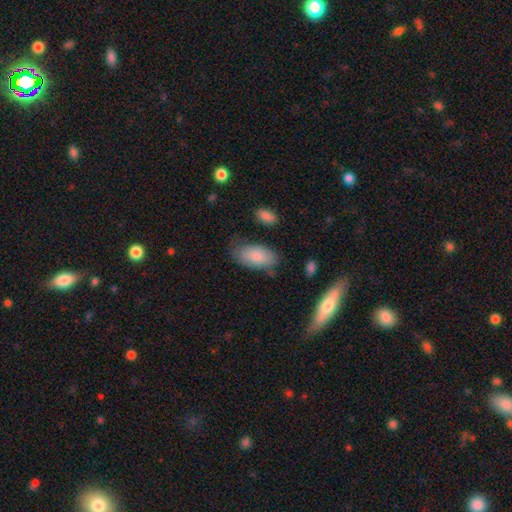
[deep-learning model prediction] Morphology: type=smooth (82%); roundness=in between (94%); merging=none (65%).